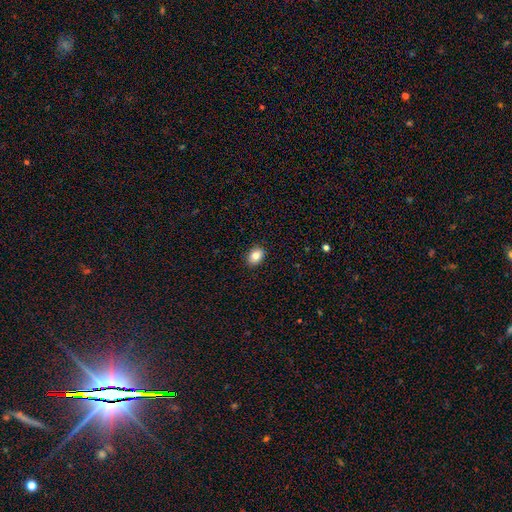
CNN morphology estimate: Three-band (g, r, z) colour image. It shows a smooth galaxy with no disk features (83%) that is in between round and cigar-shaped (66%). Merging: none (90%).